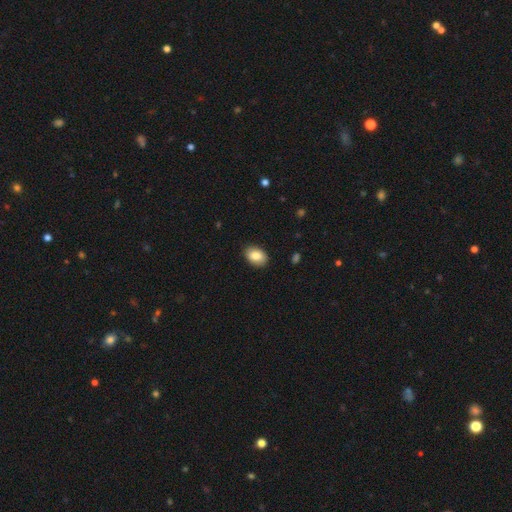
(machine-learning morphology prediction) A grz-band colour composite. It shows a smooth galaxy with no disk features (86%) that is in between round and cigar-shaped (82%). Merging: none (88%).